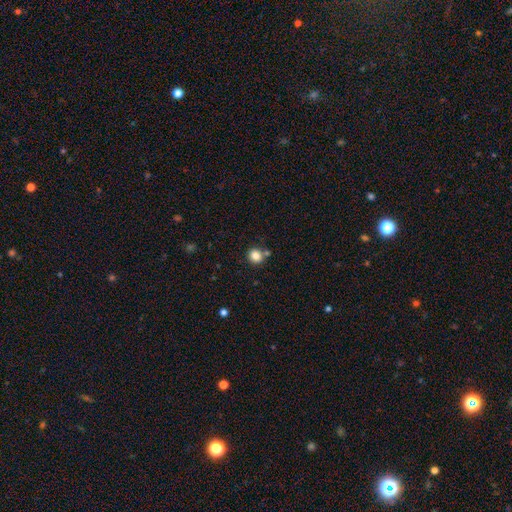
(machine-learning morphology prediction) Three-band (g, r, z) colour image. It shows a smooth galaxy with no disk features (84%) that is round (81%). Merging: none (72%).